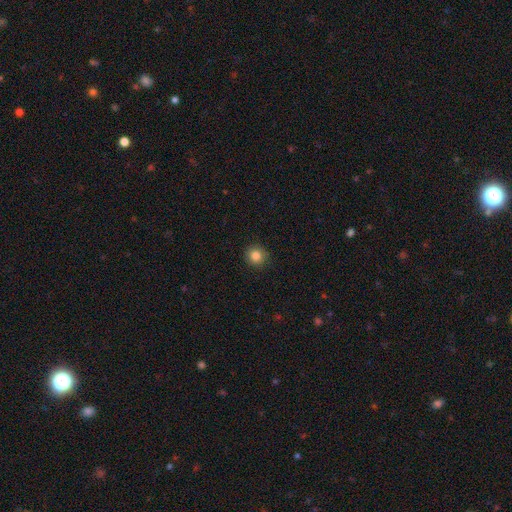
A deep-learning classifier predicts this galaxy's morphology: A smooth galaxy with no disk features (84%) that is round (93%). Merging: none (91%).